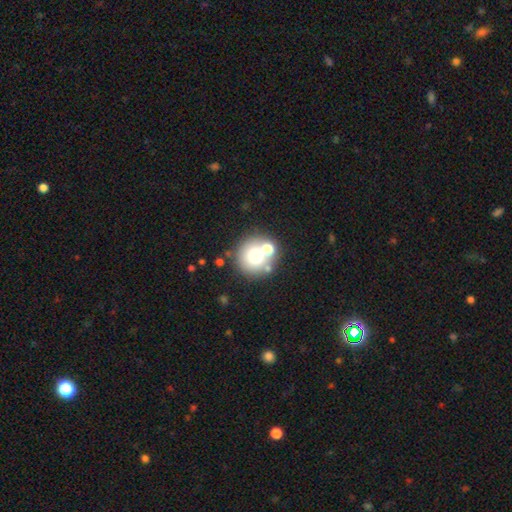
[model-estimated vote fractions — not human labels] Overall: smooth (67%). How rounded: round (91%). Merging: none (64%).